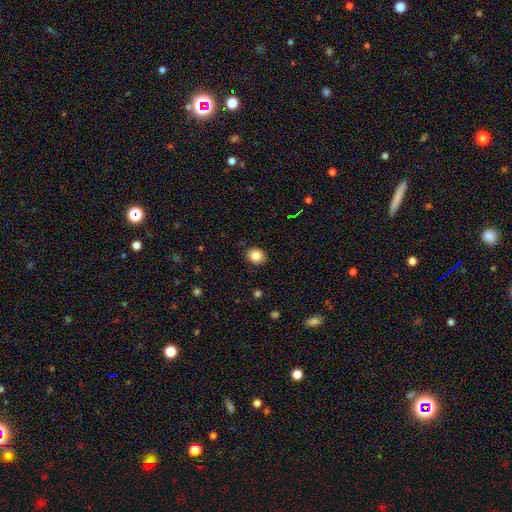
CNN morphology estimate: smooth_or_featured: smooth (p=0.85) [alt: star or artifact p=0.10]
how_rounded: round (p=0.71) [alt: in between p=0.28]
merging: none (p=0.89) [alt: minor disturbance p=0.08]